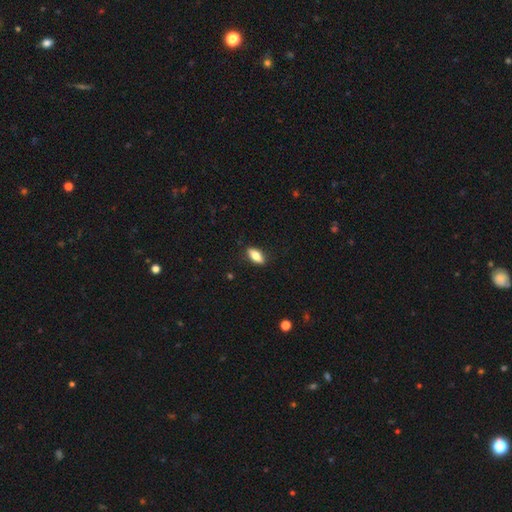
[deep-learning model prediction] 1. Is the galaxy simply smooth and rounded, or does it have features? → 74% smooth, 20% featured or disk, 7% star or artifact.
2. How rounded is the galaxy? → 77% in between, 20% cigar-shaped, 3% round.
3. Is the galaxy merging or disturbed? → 87% none, 10% minor disturbance, 2% major disturbance, 1% merger.